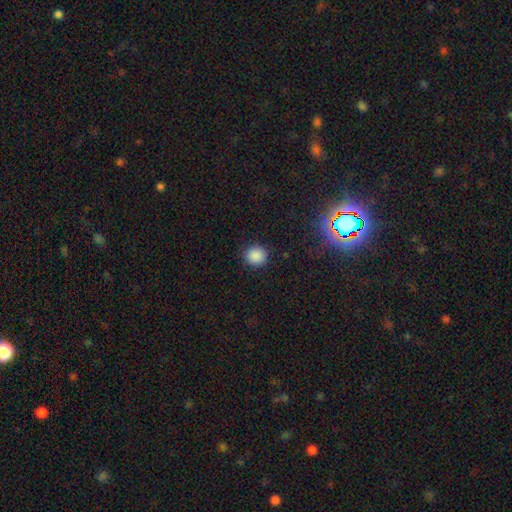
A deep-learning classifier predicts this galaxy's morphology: The model was most divided on "smooth or featured": smooth: 87%, star or artifact: 10%, featured or disk: 3%. More confident: how rounded — round (90%); merging — none (89%).